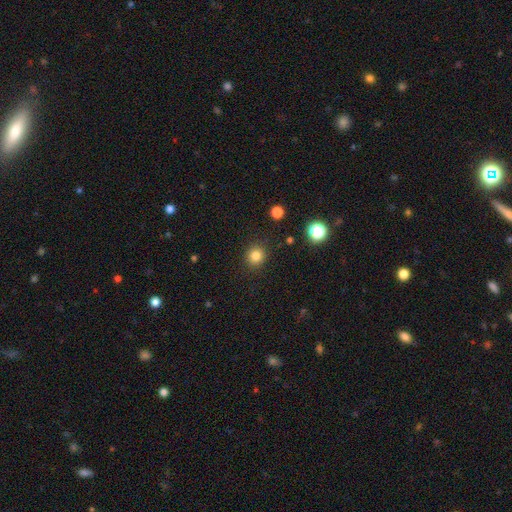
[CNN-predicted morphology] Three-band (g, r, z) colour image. It shows a smooth galaxy with no disk features (82%) that is round (87%). Merging: none (90%).